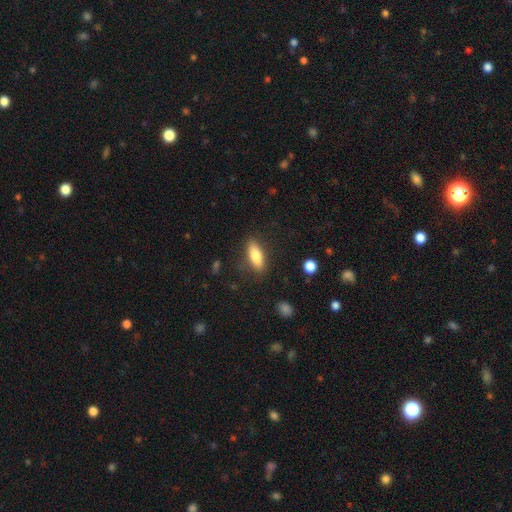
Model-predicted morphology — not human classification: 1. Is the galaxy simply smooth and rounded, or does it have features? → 79% smooth, 15% featured or disk, 7% star or artifact.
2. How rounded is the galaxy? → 62% in between, 36% cigar-shaped, 2% round.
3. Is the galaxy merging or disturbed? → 83% none, 12% minor disturbance, 4% major disturbance, 2% merger.